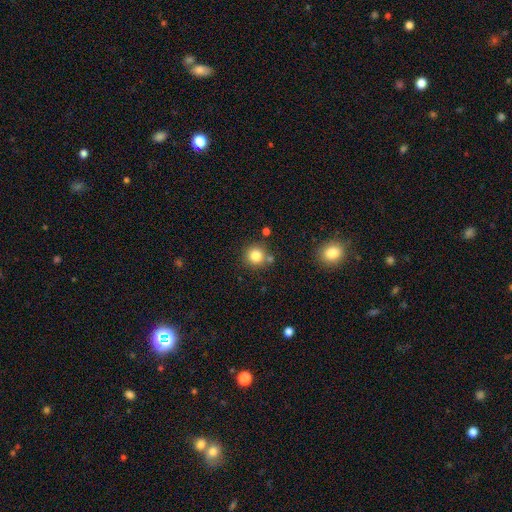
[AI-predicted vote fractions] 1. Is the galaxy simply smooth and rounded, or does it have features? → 82% smooth, 11% star or artifact, 7% featured or disk.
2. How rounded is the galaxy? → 93% round, 6% in between, 1% cigar-shaped.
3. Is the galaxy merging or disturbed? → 78% none, 10% merger, 9% minor disturbance, 3% major disturbance.